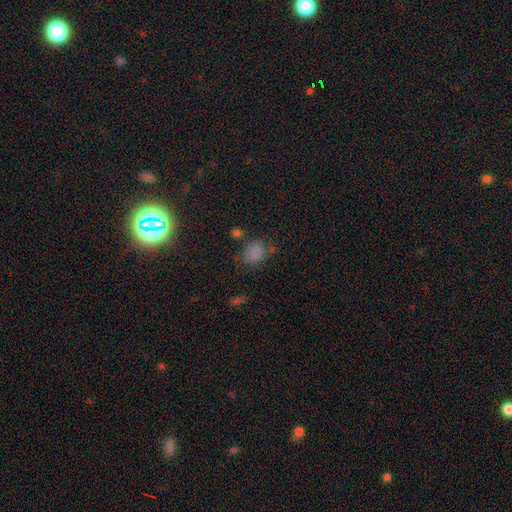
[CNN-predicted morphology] smooth_or_featured: smooth (p=0.67) [alt: star or artifact p=0.27]
how_rounded: round (p=0.55) [alt: in between p=0.44]
merging: none (p=0.70) [alt: minor disturbance p=0.17]